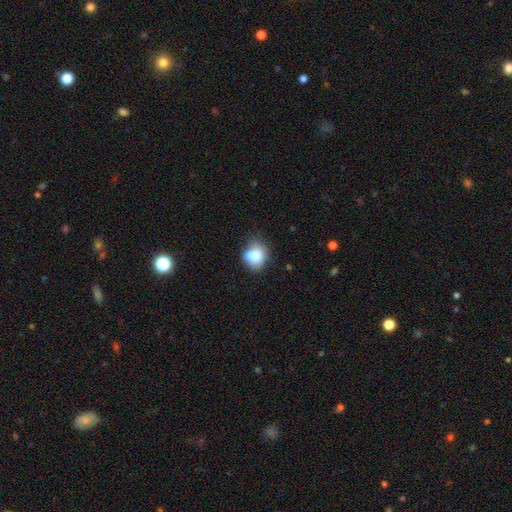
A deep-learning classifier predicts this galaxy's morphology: A smooth galaxy with no disk features (74%) that is round (56%).

Vote fractions:
- Smooth or featured? smooth: 74% / featured or disk: 16% / star or artifact: 10%
- How rounded? round: 56% / in between: 43% / cigar-shaped: 1%
- Merging? none: 46% / merger: 26% / minor disturbance: 21% / major disturbance: 8%